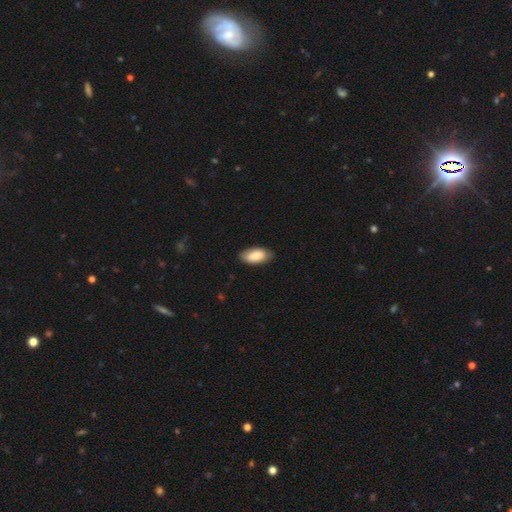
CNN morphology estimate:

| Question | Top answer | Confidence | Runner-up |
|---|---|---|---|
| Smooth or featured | smooth | 82% | featured or disk (12%) |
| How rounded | in between | 93% | cigar-shaped (5%) |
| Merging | none | 85% | minor disturbance (12%) |